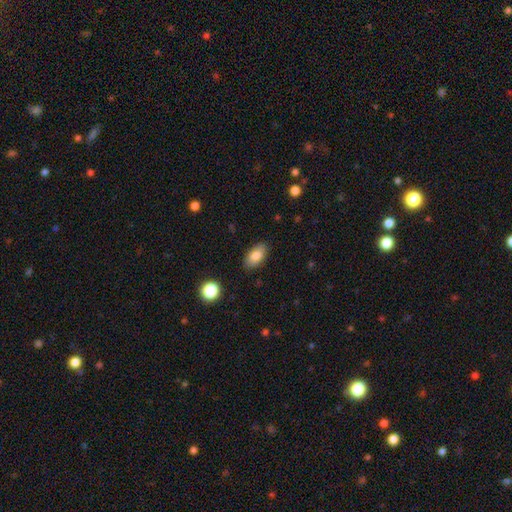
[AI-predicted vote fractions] This appears to be a smooth galaxy with no disk features (81%) that is in between round and cigar-shaped (92%). Merging: none (86%).